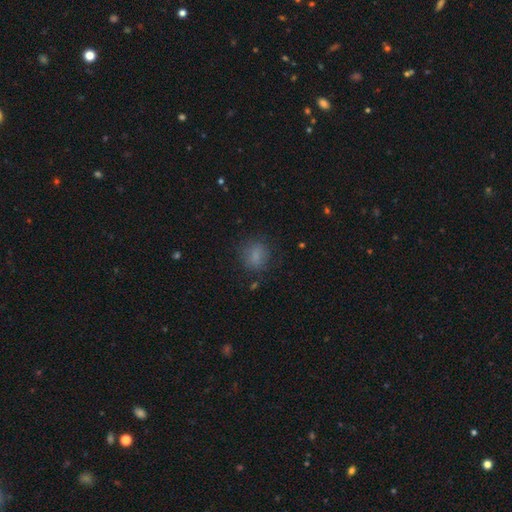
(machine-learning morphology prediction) Overall: smooth (80%). How rounded: round (65%; in between 34%). Merging: none (77%).